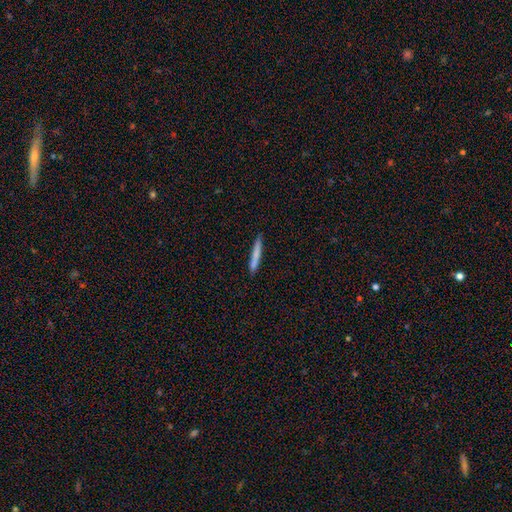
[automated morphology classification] type=smooth (75%); roundness=cigar-shaped (96%); merging=none (89%).